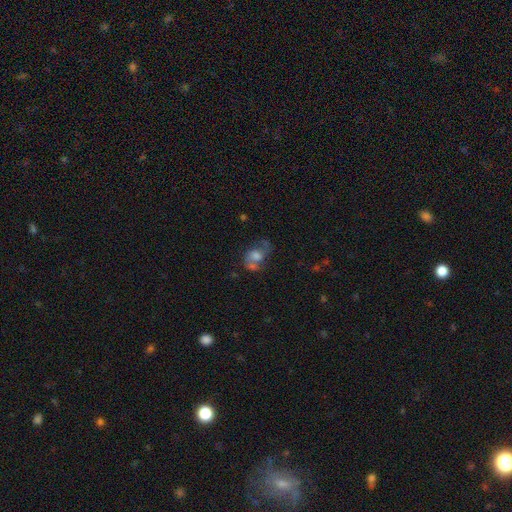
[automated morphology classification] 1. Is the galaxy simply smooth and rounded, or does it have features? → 58% featured or disk, 31% smooth, 11% star or artifact.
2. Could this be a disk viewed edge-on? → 97% no, 3% yes.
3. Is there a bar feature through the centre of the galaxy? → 68% no, 27% weak, 5% strong.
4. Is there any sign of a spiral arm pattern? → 77% yes, 23% no.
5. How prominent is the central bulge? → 38% moderate, 33% large, 14% small, 10% none, 4% dominant.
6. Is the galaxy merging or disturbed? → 44% none, 20% minor disturbance, 20% major disturbance, 16% merger.